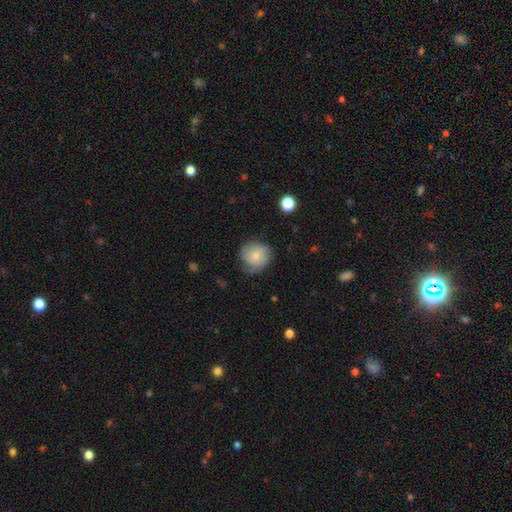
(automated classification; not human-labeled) Smooth or featured: smooth — 70% (featured or disk — 22%)
How rounded: round — 88% (in between — 11%)
Merging: none — 61% (minor disturbance — 29%)